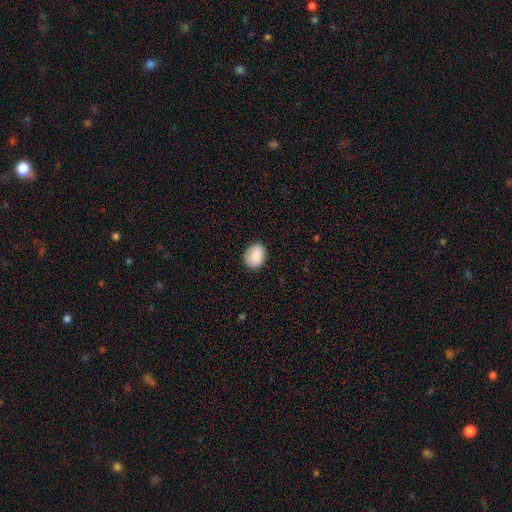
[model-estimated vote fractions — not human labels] Overall: smooth (85%). How rounded: in between (55%; round 44%). Merging: none (84%).